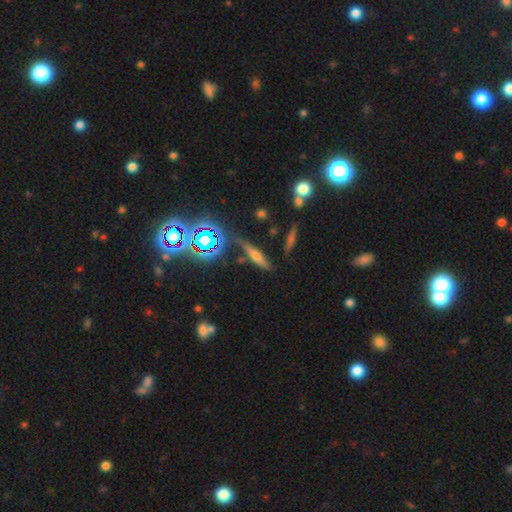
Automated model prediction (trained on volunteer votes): Morphology: type=smooth (46%); merging=none (66%).